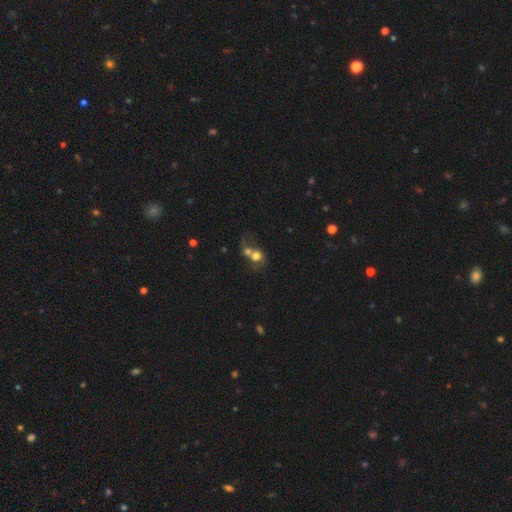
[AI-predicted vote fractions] Overall: smooth (66%). How rounded: round (71%). Merging: merger (67%).